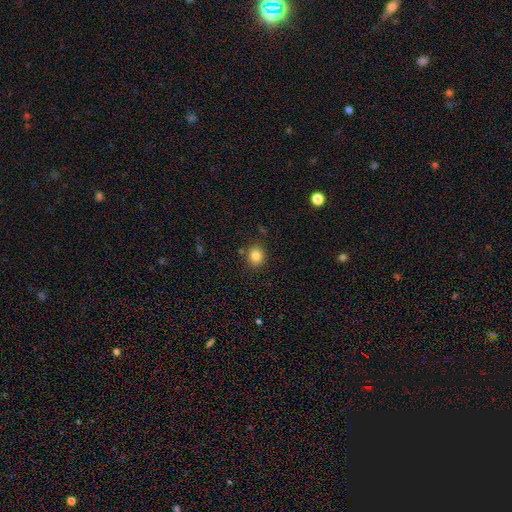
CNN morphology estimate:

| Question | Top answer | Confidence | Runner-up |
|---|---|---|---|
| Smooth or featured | smooth | 83% | star or artifact (11%) |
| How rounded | round | 78% | in between (21%) |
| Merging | none | 84% | minor disturbance (9%) |